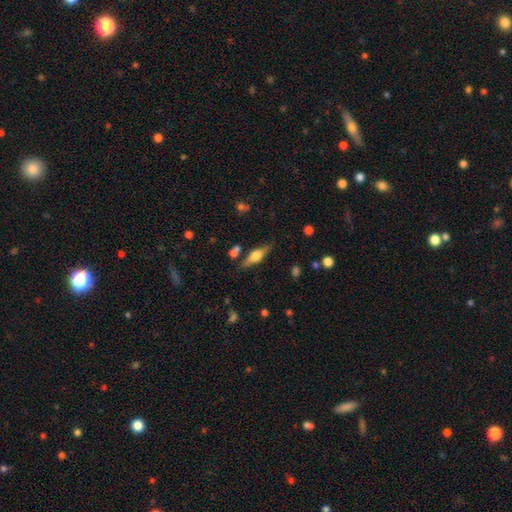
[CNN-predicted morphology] The model was most divided on "smooth or featured": featured or disk: 58%, smooth: 35%, star or artifact: 7%. More confident: edge-on disk — yes (93%); edge-on bulge — rounded (89%); merging — none (78%).